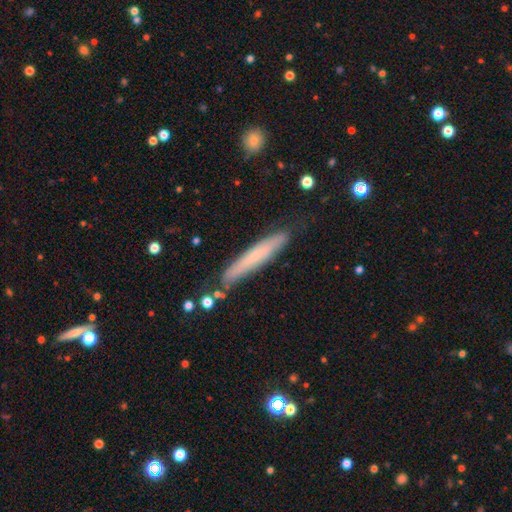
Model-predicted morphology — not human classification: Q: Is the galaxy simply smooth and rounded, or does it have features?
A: smooth — 57%.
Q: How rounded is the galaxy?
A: cigar-shaped — 94%.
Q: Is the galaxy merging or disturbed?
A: none — 79%.